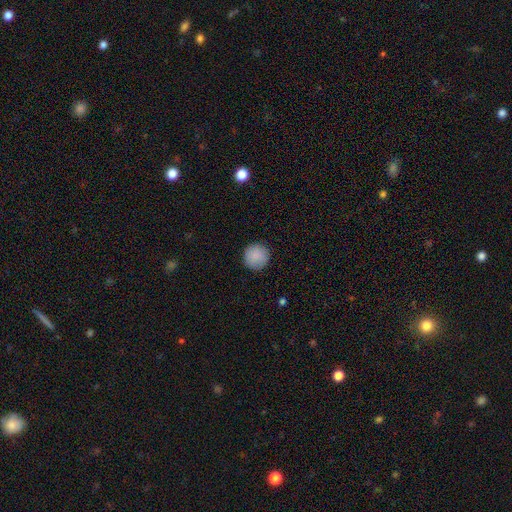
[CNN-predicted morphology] This is clearly a smooth galaxy (89%). How rounded: clearly round (95%). Merging: clearly none (90%).